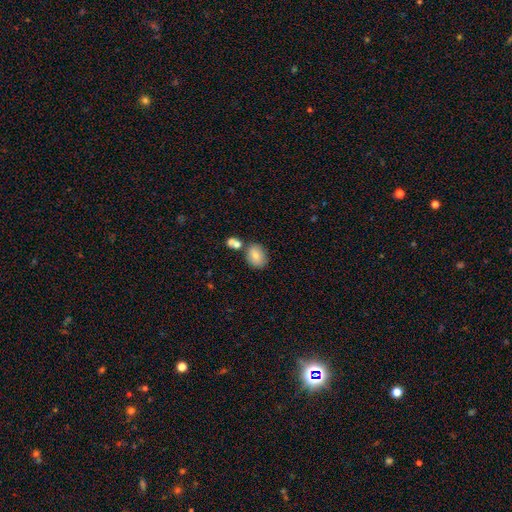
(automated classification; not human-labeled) Morphology: type=smooth (79%); roundness=in between (57%); merging=none (62%).